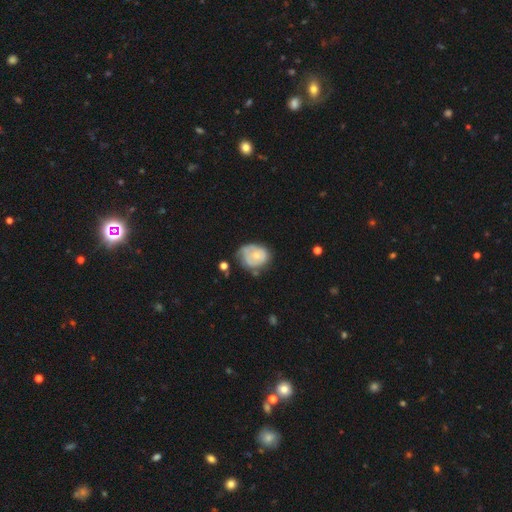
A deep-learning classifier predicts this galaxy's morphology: This is possibly a smooth galaxy (48%). Merging: marginally none (40%).